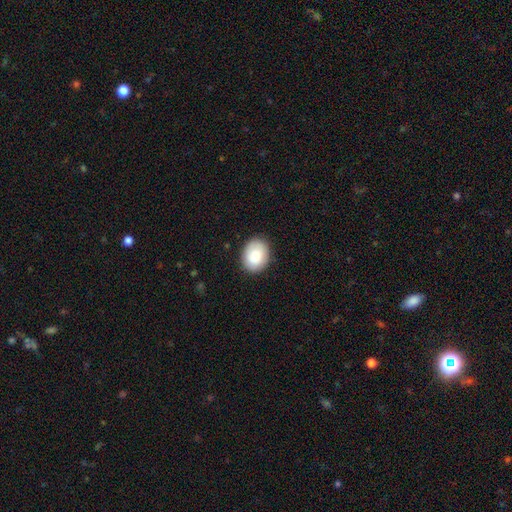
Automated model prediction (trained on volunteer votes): Morphology: type=smooth (81%); roundness=in between (53%); merging=none (86%).